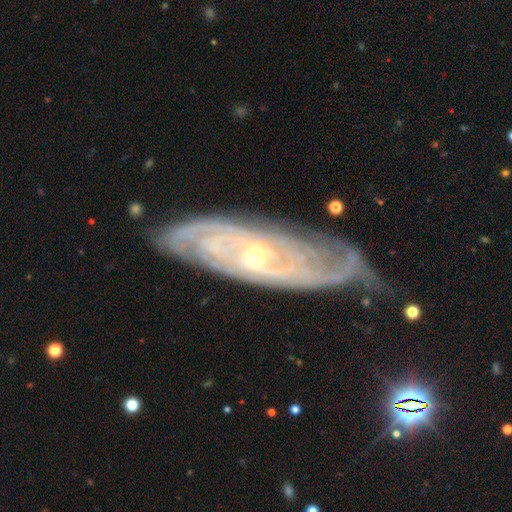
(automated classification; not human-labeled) Smooth or featured? featured or disk (87%)
Edge-on disk? no (86%)
Bar? no (56%)
Spiral arms? yes (96%)
Spiral winding? tight (69%)
Spiral arm count? can't tell (36%)
Bulge size? small (66%)
Merging? none (71%)